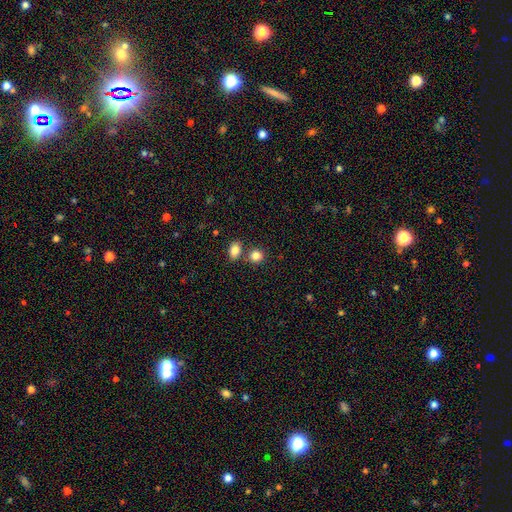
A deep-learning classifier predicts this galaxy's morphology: smooth_or_featured: smooth (p=0.84) [alt: star or artifact p=0.10]
how_rounded: round (p=0.73) [alt: in between p=0.26]
merging: none (p=0.66) [alt: merger p=0.23]